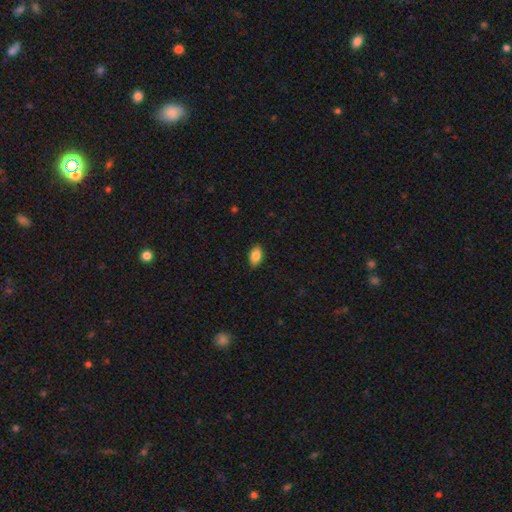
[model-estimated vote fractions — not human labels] A smooth galaxy with no disk features (84%) that is in between round and cigar-shaped (90%).

Vote fractions:
- Smooth or featured? smooth: 84% / featured or disk: 8% / star or artifact: 8%
- How rounded? in between: 90% / round: 7% / cigar-shaped: 3%
- Merging? none: 88% / minor disturbance: 9% / major disturbance: 2% / merger: 1%